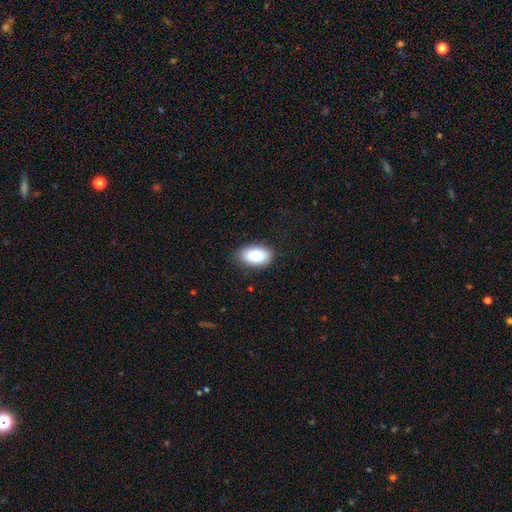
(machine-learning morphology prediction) This is clearly a smooth galaxy (89%). How rounded: clearly in between (95%). Merging: clearly none (84%).